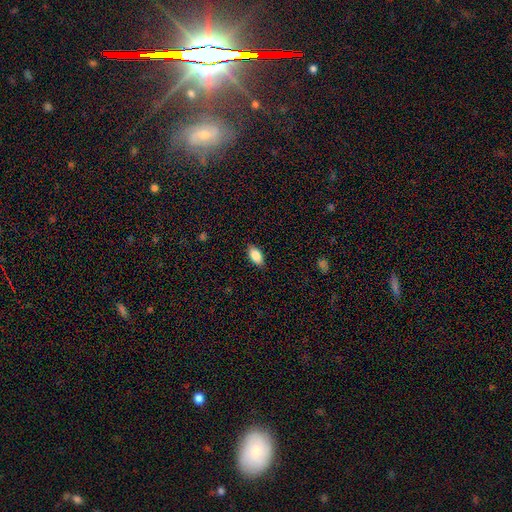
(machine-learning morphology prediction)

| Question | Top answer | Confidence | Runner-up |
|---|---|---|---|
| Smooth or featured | smooth | 86% | star or artifact (7%) |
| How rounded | in between | 92% | cigar-shaped (5%) |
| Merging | none | 88% | minor disturbance (9%) |